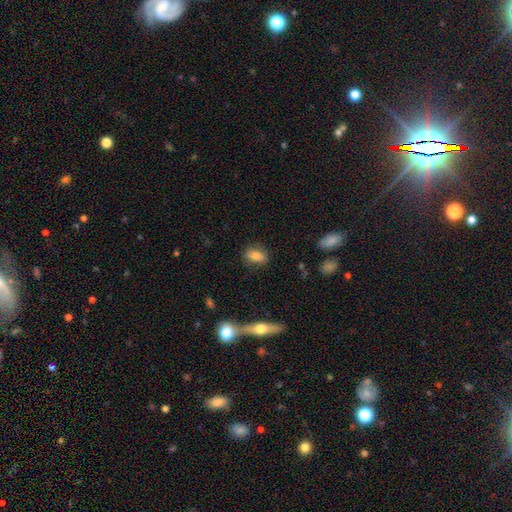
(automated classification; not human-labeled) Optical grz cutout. It shows a smooth galaxy with no disk features (78%) that is in between round and cigar-shaped (81%). Merging: none (83%).